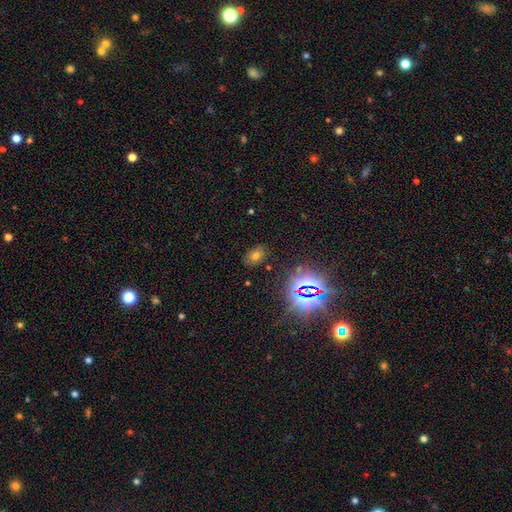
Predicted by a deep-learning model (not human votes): Smooth or featured? Predicted: smooth (p=0.48). Merging? Predicted: none (p=0.84).